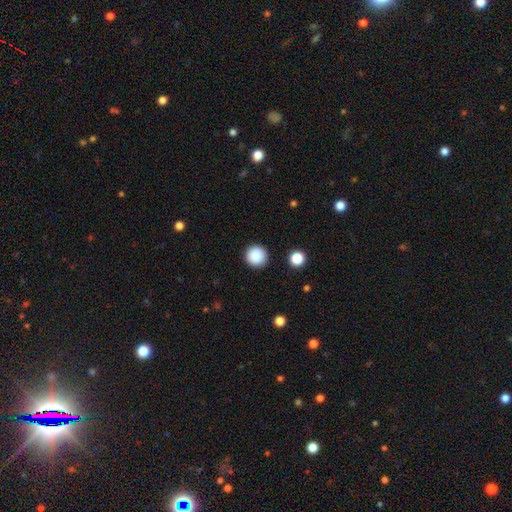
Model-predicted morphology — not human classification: smooth-or-featured: smooth: 88% | star or artifact: 9% | featured or disk: 3%
  how-rounded: round: 96% | in between: 3% | cigar-shaped: 1%
  merging: none: 92% | minor disturbance: 5% | major disturbance: 2% | merger: 1%